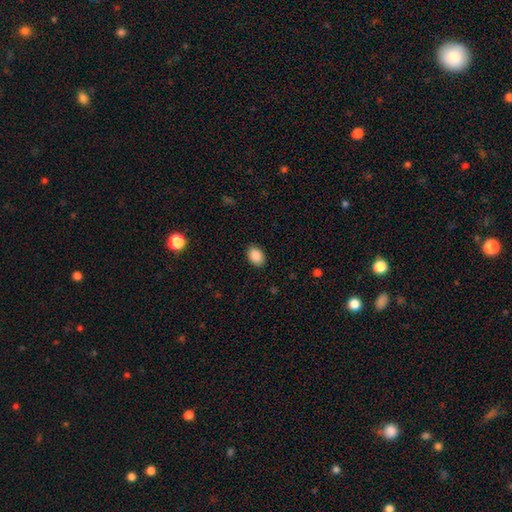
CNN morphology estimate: Smooth or featured: smooth — 88% (star or artifact — 8%)
How rounded: in between — 80% (round — 19%)
Merging: none — 89% (minor disturbance — 8%)